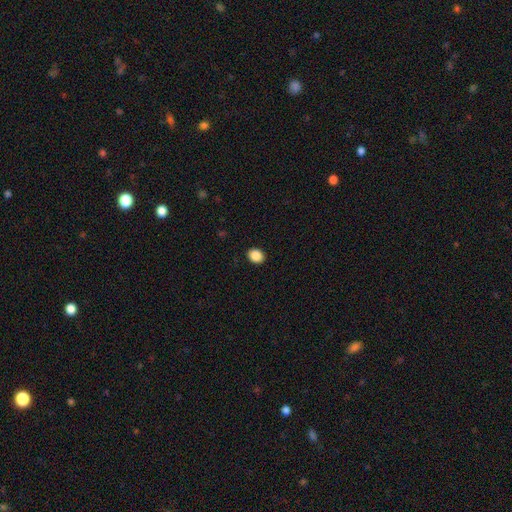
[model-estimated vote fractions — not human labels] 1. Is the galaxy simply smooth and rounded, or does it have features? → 88% smooth, 9% star or artifact, 3% featured or disk.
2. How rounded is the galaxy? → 51% round, 48% in between, 1% cigar-shaped.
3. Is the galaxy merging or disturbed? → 91% none, 6% minor disturbance, 2% major disturbance, 1% merger.